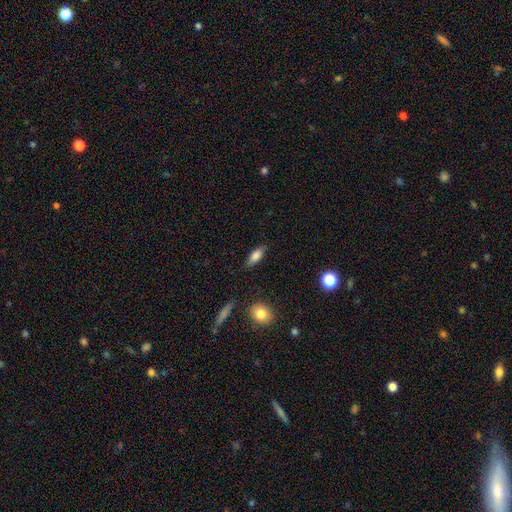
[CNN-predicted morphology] Overall: smooth (78%). How rounded: in between (73%). Merging: none (84%).